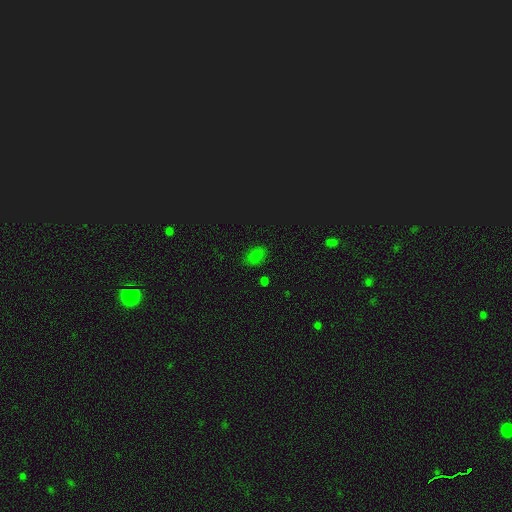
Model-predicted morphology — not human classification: The model was most divided on "smooth or featured": smooth: 72%, star or artifact: 22%, featured or disk: 6%. More confident: how rounded — in between (84%); merging — none (82%).